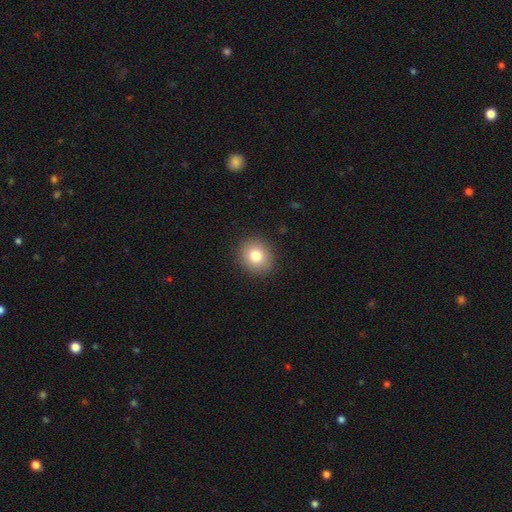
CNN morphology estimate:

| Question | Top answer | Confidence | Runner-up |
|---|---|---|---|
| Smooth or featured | smooth | 80% | star or artifact (10%) |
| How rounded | round | 82% | in between (17%) |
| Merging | none | 91% | minor disturbance (6%) |